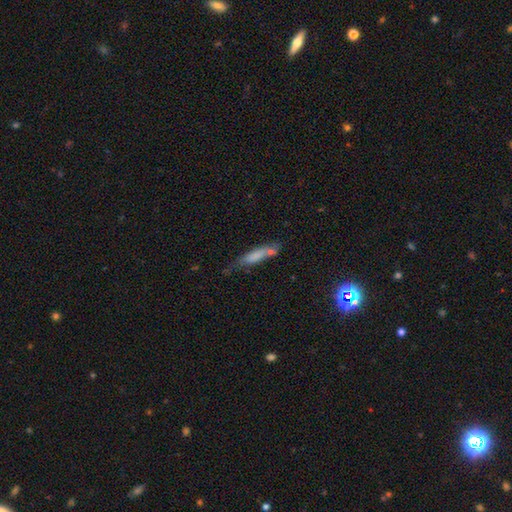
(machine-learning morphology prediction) The model was most divided on "merging": none: 49%, minor disturbance: 28%, merger: 13%, major disturbance: 10%. More confident: how rounded — cigar-shaped (74%); smooth or featured — smooth (73%).